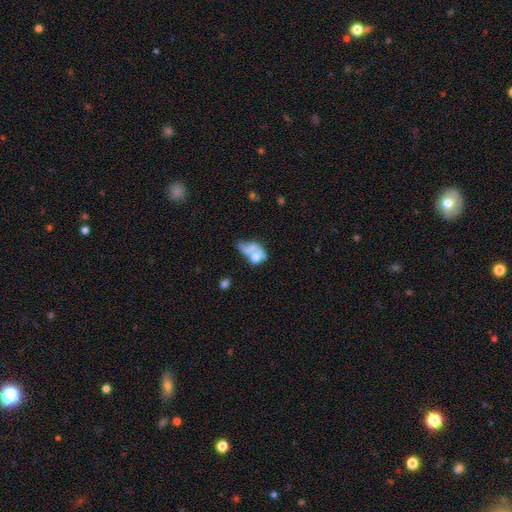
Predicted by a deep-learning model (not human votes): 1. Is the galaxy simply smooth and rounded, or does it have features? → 51% smooth, 37% featured or disk, 13% star or artifact.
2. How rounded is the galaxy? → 67% in between, 30% round, 4% cigar-shaped.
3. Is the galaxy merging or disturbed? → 48% merger, 25% major disturbance, 16% none, 11% minor disturbance.